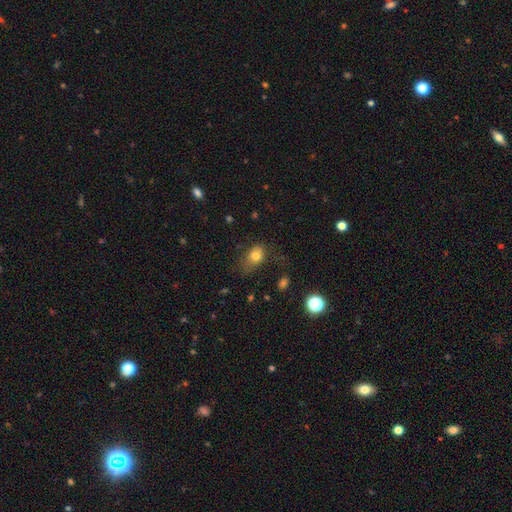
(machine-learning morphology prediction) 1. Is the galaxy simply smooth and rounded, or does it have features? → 77% smooth, 12% featured or disk, 11% star or artifact.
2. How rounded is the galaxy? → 74% in between, 24% round, 2% cigar-shaped.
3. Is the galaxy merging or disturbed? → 49% none, 31% minor disturbance, 18% major disturbance, 3% merger.